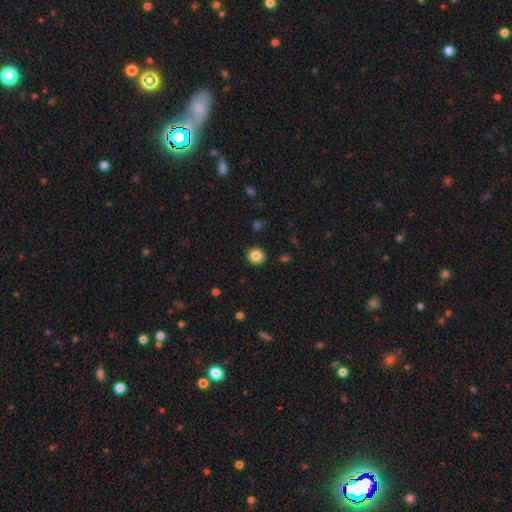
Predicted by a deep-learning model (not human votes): The model was most divided on "smooth or featured": smooth: 85%, star or artifact: 10%, featured or disk: 5%. More confident: how rounded — round (93%); merging — none (92%).